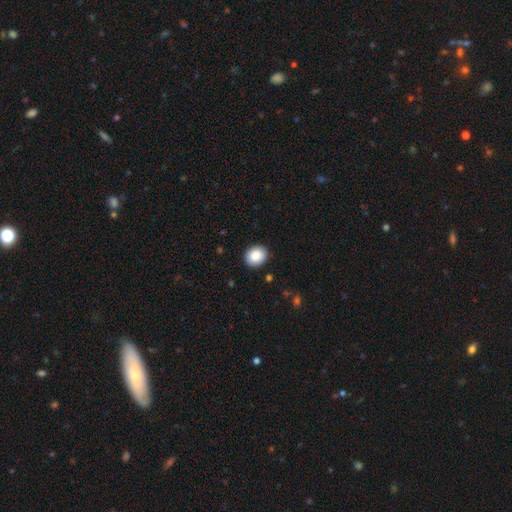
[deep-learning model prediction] smooth_or_featured: smooth (p=0.86) [alt: star or artifact p=0.08]
how_rounded: round (p=0.58) [alt: in between p=0.41]
merging: none (p=0.90) [alt: minor disturbance p=0.07]